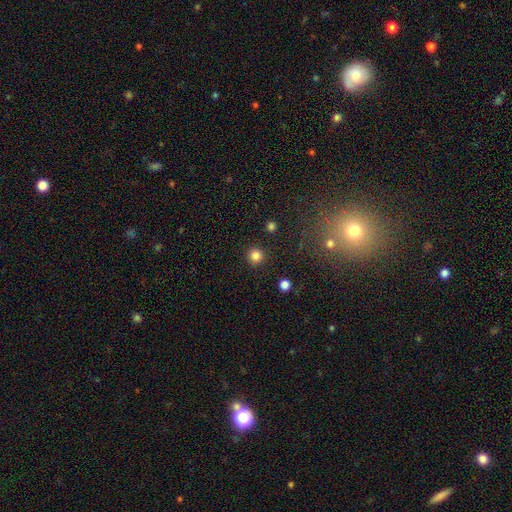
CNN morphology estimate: type=smooth (83%); roundness=round (95%); merging=none (92%).